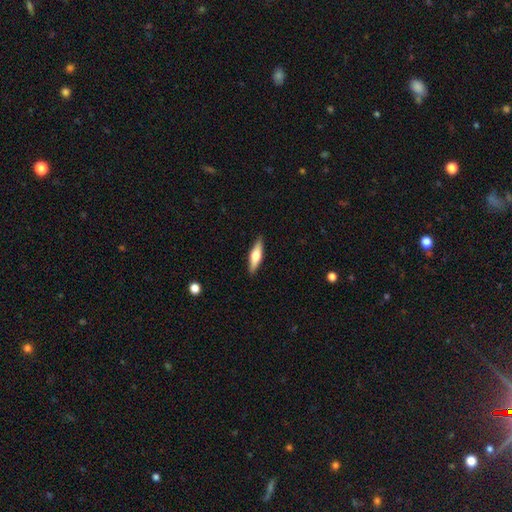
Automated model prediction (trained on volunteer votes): Smooth or featured: smooth — 53% (featured or disk — 42%)
How rounded: cigar-shaped — 64% (in between — 34%)
Merging: none — 89% (minor disturbance — 8%)